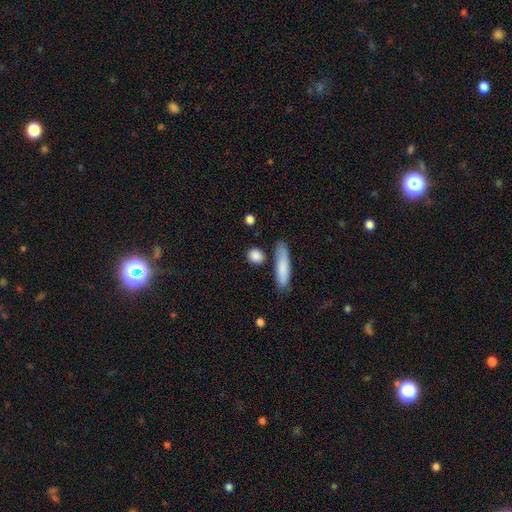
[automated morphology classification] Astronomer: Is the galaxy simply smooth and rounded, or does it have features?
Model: smooth — 86%.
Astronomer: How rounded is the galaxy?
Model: round — 56%.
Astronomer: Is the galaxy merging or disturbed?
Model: none — 79%.